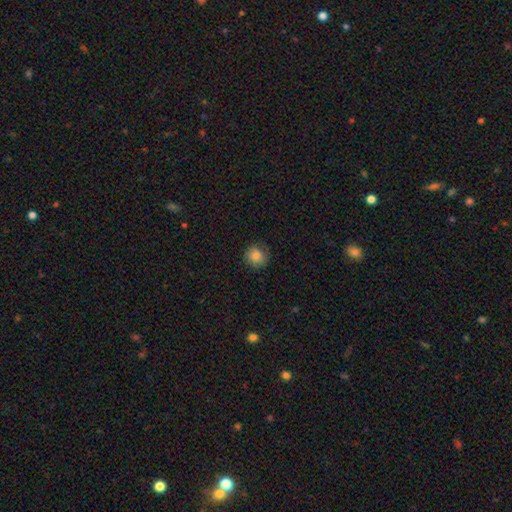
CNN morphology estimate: Smooth or featured? Predicted: smooth (p=0.82). How rounded? Predicted: round (p=0.89). Merging? Predicted: none (p=0.78).